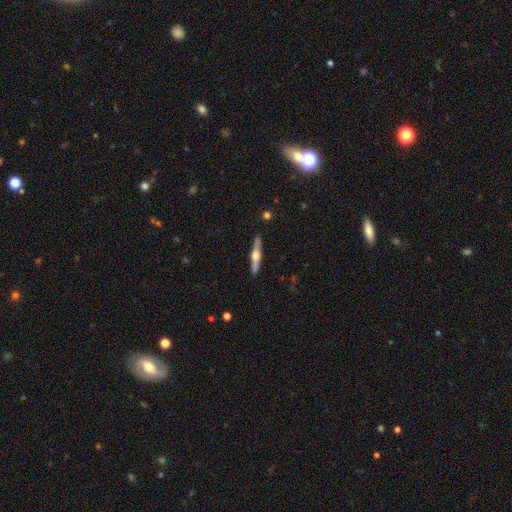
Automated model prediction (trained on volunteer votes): Smooth or featured: featured or disk — 70% (smooth — 25%)
Edge-on disk: yes — 97% (no — 3%)
Edge-on bulge: rounded — 93% (boxy — 5%)
Merging: none — 90% (minor disturbance — 7%)